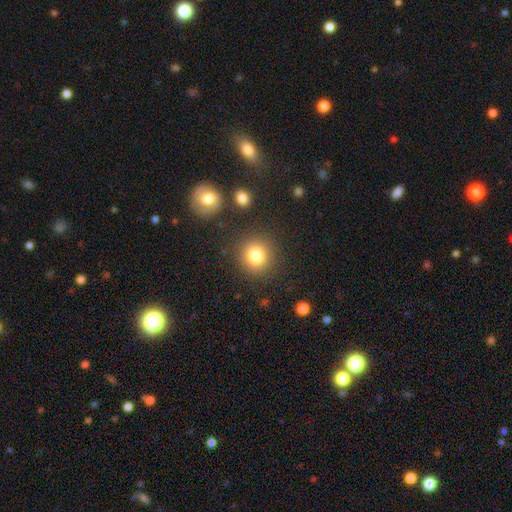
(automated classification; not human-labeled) smooth 81%, star or artifact 11%, featured or disk 8%. Down the decision tree: how rounded — round (90%); merging — none (85%).